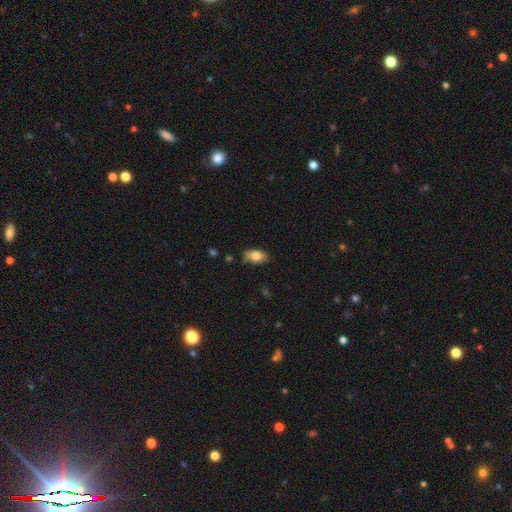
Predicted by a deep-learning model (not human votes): Q: Smooth or featured?
A: smooth (80%); runner-up: featured or disk (13%)
Q: How rounded?
A: in between (89%); runner-up: round (6%)
Q: Merging?
A: none (72%); runner-up: minor disturbance (22%)